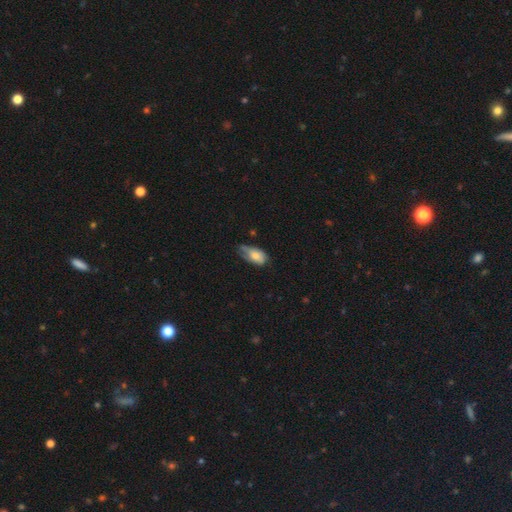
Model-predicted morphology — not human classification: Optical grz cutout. It shows a smooth galaxy with no disk features (70%) that is in between round and cigar-shaped (91%). Merging: minor disturbance (43%).